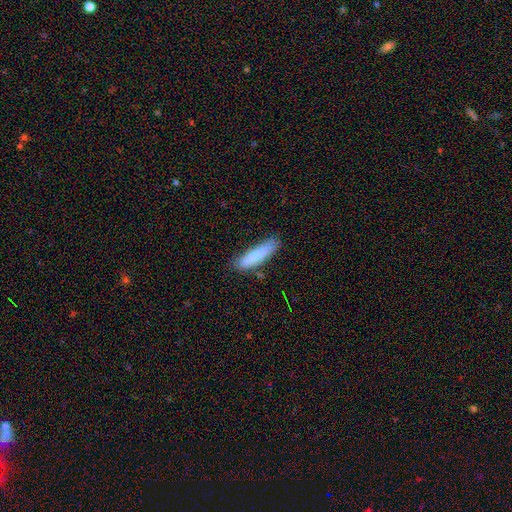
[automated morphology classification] The model was most divided on "how rounded": cigar-shaped: 73%, in between: 25%, round: 2%. More confident: smooth or featured — smooth (77%); merging — none (74%).